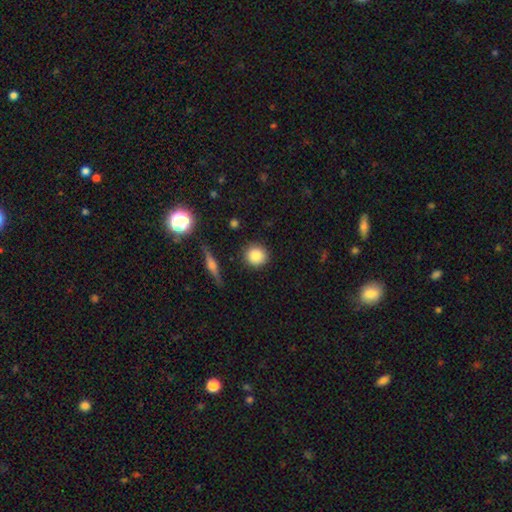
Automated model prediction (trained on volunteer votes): This is clearly a smooth galaxy (85%). How rounded: clearly round (88%). Merging: clearly none (87%).